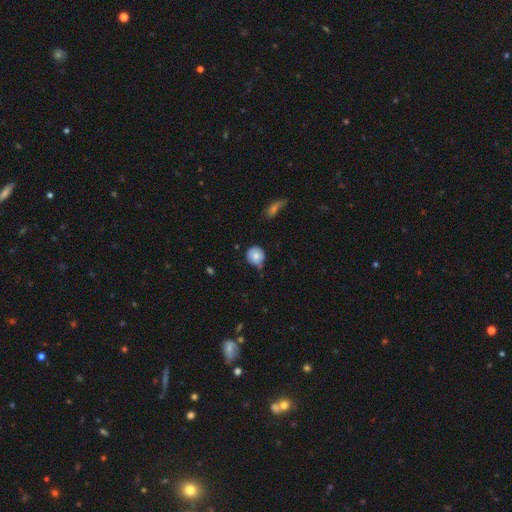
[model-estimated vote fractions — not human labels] Smooth or featured?
  - smooth: 80% *
  - featured or disk: 11%
  - star or artifact: 9%
How rounded?
  - round: 83% *
  - in between: 16%
  - cigar-shaped: 1%
Merging?
  - none: 51% *
  - minor disturbance: 36%
  - major disturbance: 7%
  - merger: 5%